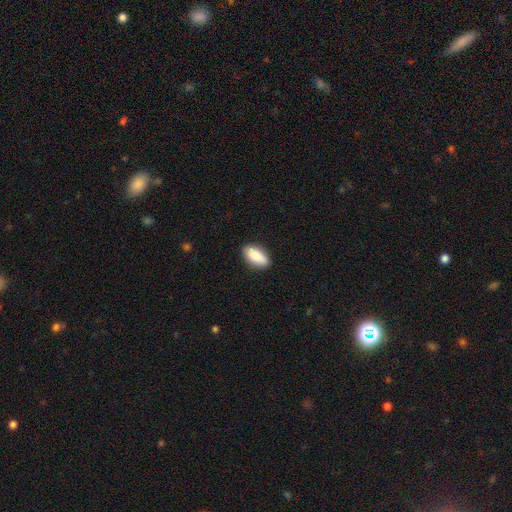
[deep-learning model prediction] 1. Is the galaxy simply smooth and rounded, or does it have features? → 87% smooth, 7% featured or disk, 6% star or artifact.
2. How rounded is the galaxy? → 86% in between, 11% cigar-shaped, 3% round.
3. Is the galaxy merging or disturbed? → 85% none, 12% minor disturbance, 2% major disturbance, 1% merger.